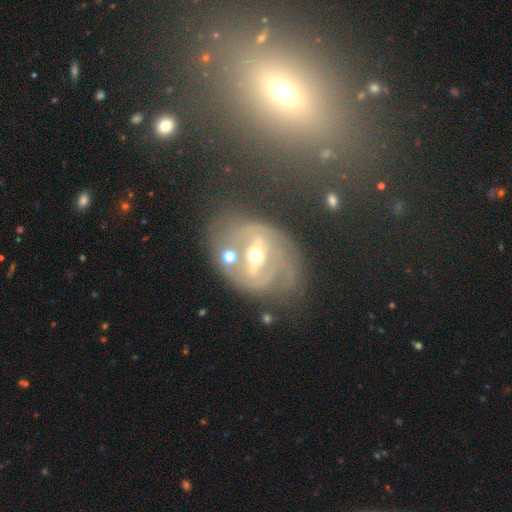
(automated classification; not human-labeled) This appears to be a featured or disk galaxy (82%) with a strong bar (50%), 2 (51%) tight (46%) spiral arms (79%) and a moderate central bulge (59%). Merging: none (53%).